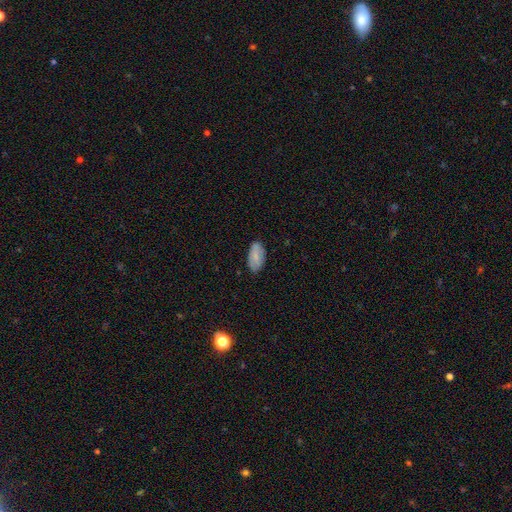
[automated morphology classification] The model was most divided on "smooth or featured": smooth: 76%, featured or disk: 18%, star or artifact: 7%. More confident: how rounded — in between (94%); merging — none (81%).